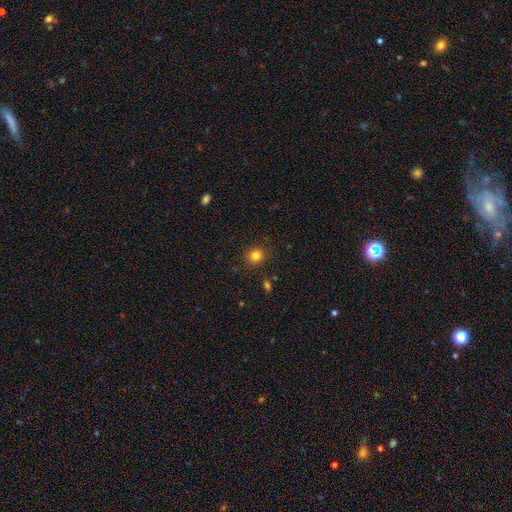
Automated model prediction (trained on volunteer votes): Q: Smooth or featured?
A: smooth (82%); runner-up: star or artifact (12%)
Q: How rounded?
A: round (83%); runner-up: in between (16%)
Q: Merging?
A: none (88%); runner-up: minor disturbance (8%)